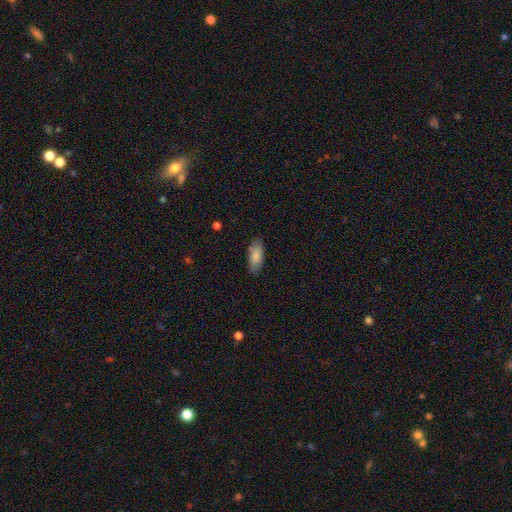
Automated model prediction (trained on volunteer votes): Q: Smooth or featured?
A: smooth (84%); runner-up: featured or disk (10%)
Q: How rounded?
A: in between (80%); runner-up: cigar-shaped (18%)
Q: Merging?
A: none (83%); runner-up: minor disturbance (13%)